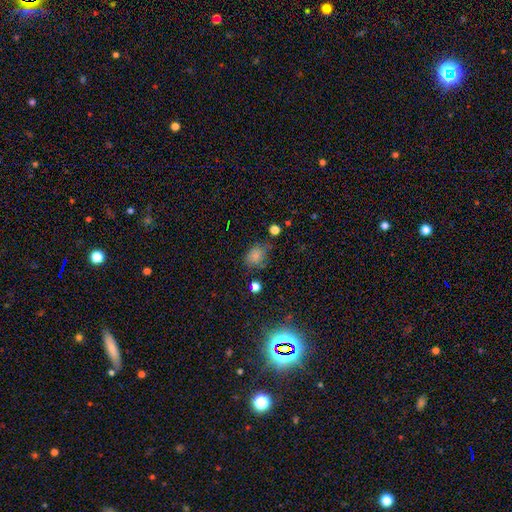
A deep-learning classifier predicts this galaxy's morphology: smooth-or-featured: smooth: 78% | star or artifact: 14% | featured or disk: 8%
  how-rounded: in between: 63% | round: 35% | cigar-shaped: 1%
  merging: none: 57% | minor disturbance: 29% | major disturbance: 10% | merger: 5%